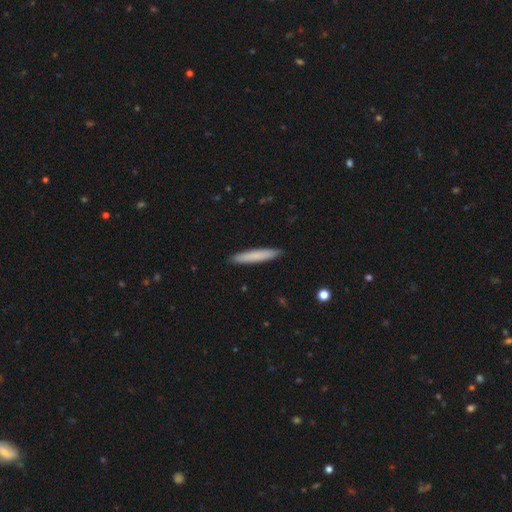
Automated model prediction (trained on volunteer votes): Smooth or featured? Predicted: smooth (p=0.79). How rounded? Predicted: cigar-shaped (p=0.92). Merging? Predicted: none (p=0.91).